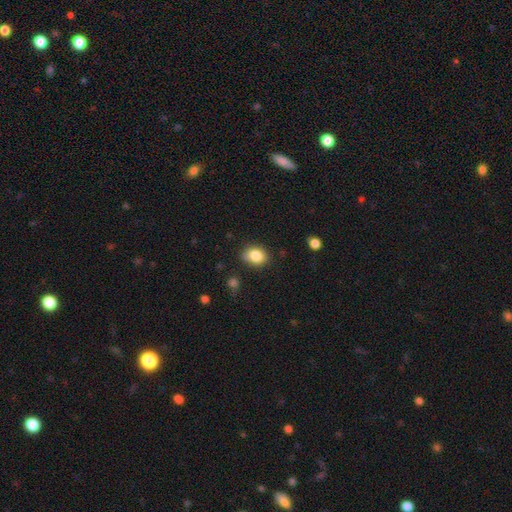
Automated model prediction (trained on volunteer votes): Smooth or featured?
  - smooth: 84% *
  - star or artifact: 9%
  - featured or disk: 7%
How rounded?
  - in between: 60% *
  - round: 39%
  - cigar-shaped: 1%
Merging?
  - none: 78% *
  - minor disturbance: 16%
  - major disturbance: 3%
  - merger: 2%